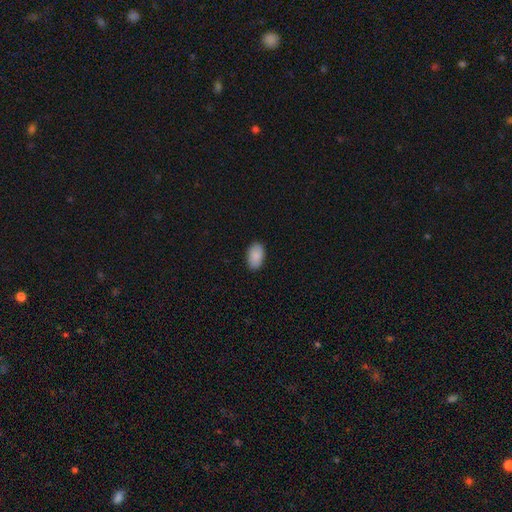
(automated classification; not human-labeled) This is clearly a smooth galaxy (89%). How rounded: clearly in between (92%). Merging: clearly none (88%).